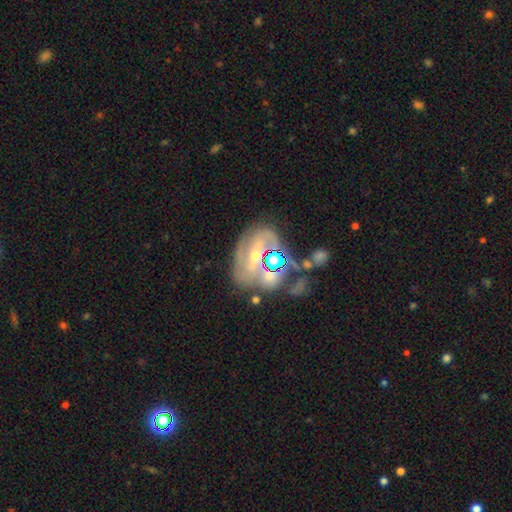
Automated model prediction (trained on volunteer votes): Smooth or featured? featured or disk (50%)
Edge-on disk? no (91%)
Merging? none (53%)